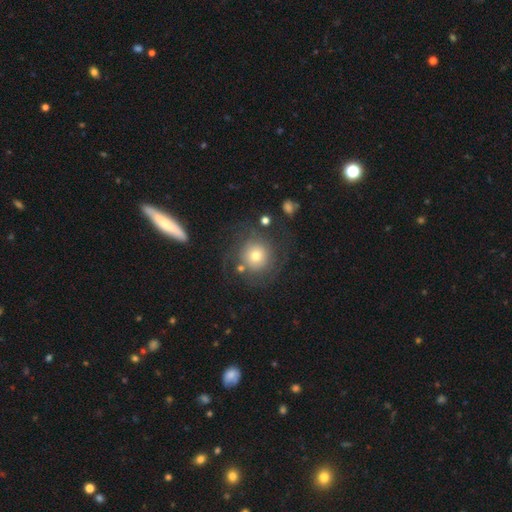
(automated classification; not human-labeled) Smooth or featured: smooth — 57% (featured or disk — 32%)
How rounded: round — 92% (in between — 7%)
Merging: none — 66% (major disturbance — 15%)